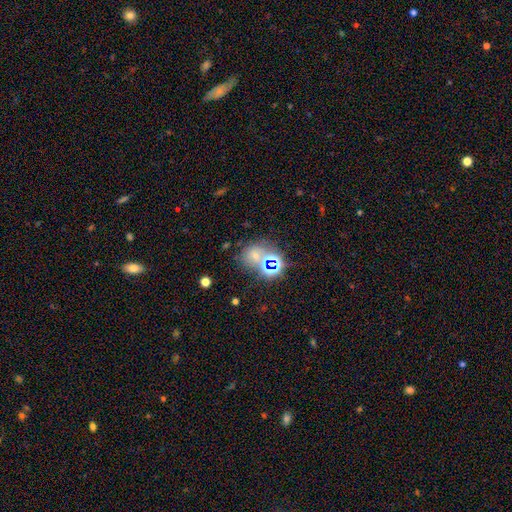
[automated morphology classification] Overall: smooth (48%; star or artifact 40%). Merging: none (58%; merger 22%).